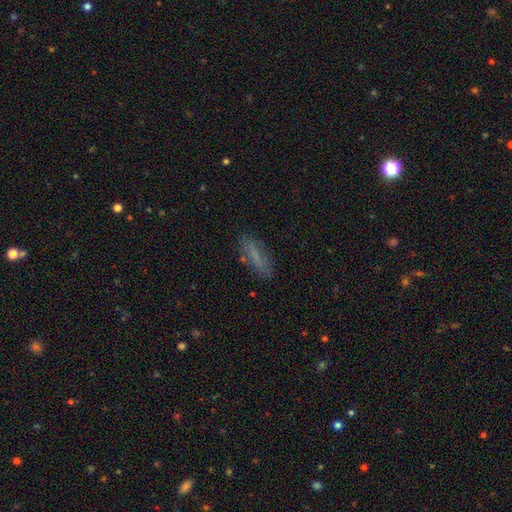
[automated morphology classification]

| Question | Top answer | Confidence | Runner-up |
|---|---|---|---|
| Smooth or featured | smooth | 69% | featured or disk (21%) |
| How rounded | cigar-shaped | 66% | in between (32%) |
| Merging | none | 78% | minor disturbance (15%) |